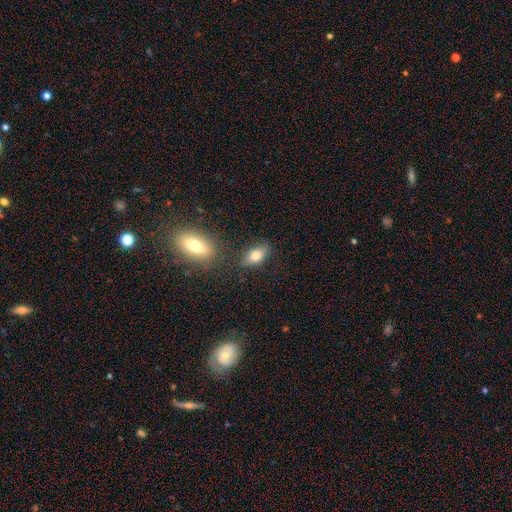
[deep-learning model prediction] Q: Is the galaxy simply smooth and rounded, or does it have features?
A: smooth — 73%.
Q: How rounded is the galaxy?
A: in between — 82%.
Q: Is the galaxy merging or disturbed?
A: none — 74%.